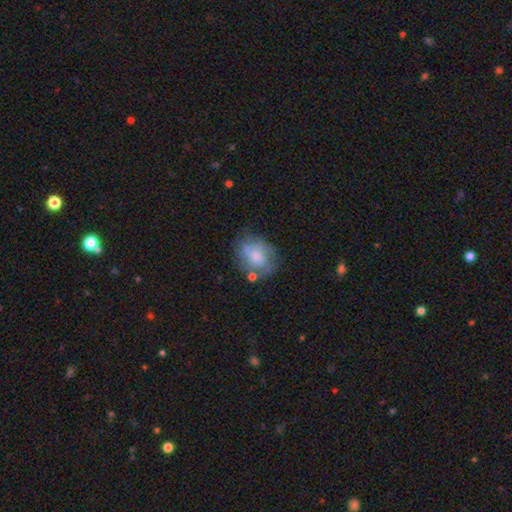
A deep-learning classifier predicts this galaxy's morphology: smooth-or-featured: smooth: 50% | featured or disk: 41% | star or artifact: 9%
  how-rounded: round: 50% | in between: 49% | cigar-shaped: 1%
  merging: none: 53% | minor disturbance: 25% | major disturbance: 14% | merger: 9%